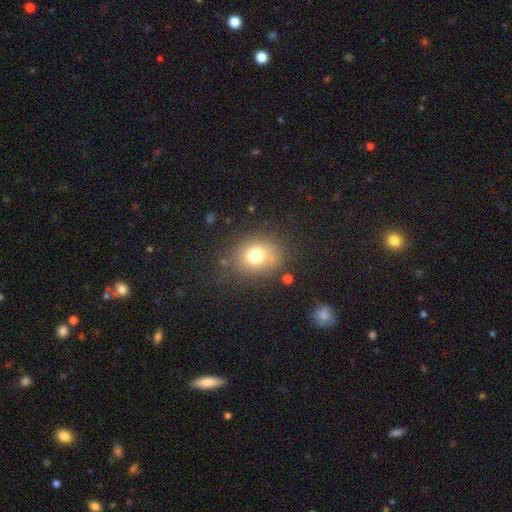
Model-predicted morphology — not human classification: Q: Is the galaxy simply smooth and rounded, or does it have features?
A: smooth — 73%.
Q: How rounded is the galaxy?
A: round — 57%.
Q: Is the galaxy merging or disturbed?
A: none — 77%.